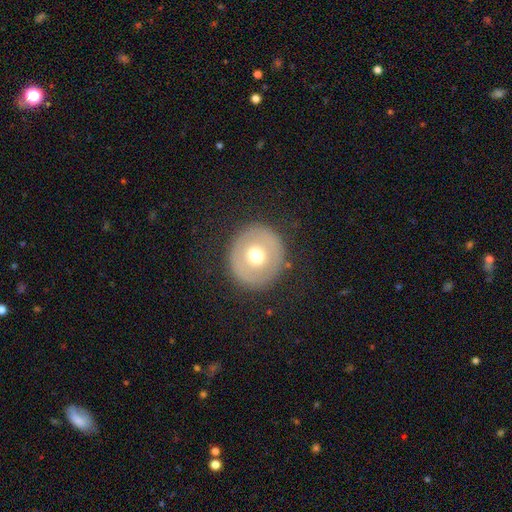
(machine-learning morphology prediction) Smooth or featured? smooth (55%)
How rounded? round (88%)
Merging? none (85%)